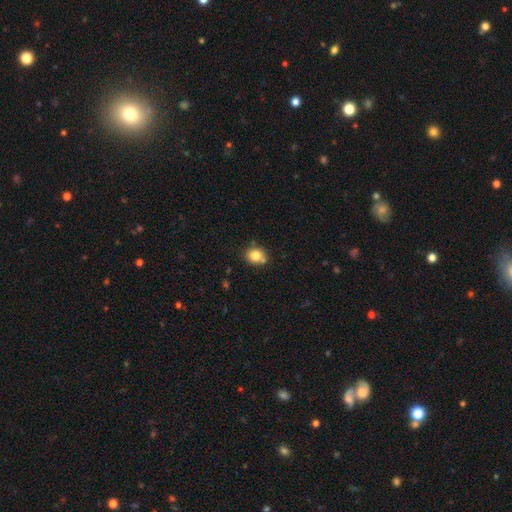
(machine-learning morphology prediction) Overall: smooth (81%). How rounded: round (60%; in between 39%). Merging: none (71%).